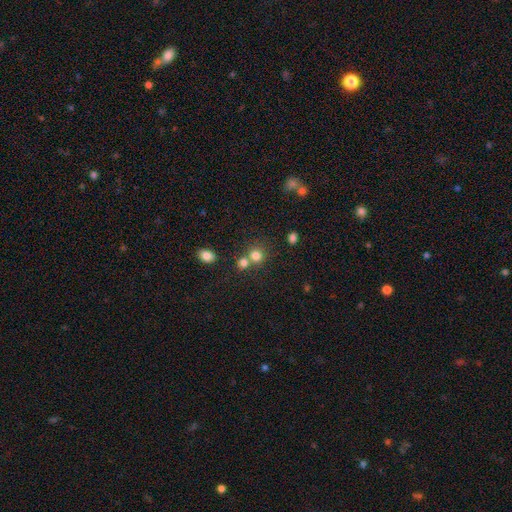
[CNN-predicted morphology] smooth_or_featured: smooth (p=0.78) [alt: star or artifact p=0.14]
how_rounded: round (p=0.85) [alt: in between p=0.14]
merging: none (p=0.54) [alt: merger p=0.35]